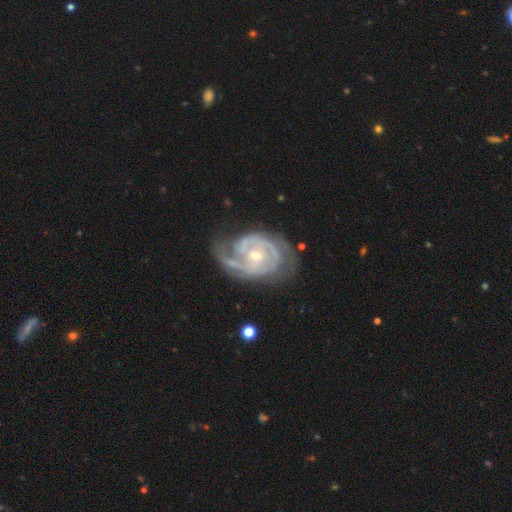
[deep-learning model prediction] A featured or disk galaxy (91%) with no bar (53%), 2 (55%) tight (61%) spiral arms (97%) and a moderate central bulge (54%).

Vote fractions:
- Smooth or featured? featured or disk: 91% / smooth: 5% / star or artifact: 4%
- Edge-on disk? no: 97% / yes: 3%
- Bar? no: 53% / weak: 38% / strong: 10%
- Spiral arms? yes: 97% / no: 3%
- Spiral winding? tight: 61% / medium: 32% / loose: 7%
- Spiral arm count? 2: 55% / 3: 18% / can't tell: 14% / 1: 6% / 4: 4% / more than 4: 4%
- Bulge size? moderate: 54% / small: 42% / large: 2% / none: 1% / dominant: 1%
- Merging? none: 61% / minor disturbance: 23% / major disturbance: 13% / merger: 2%